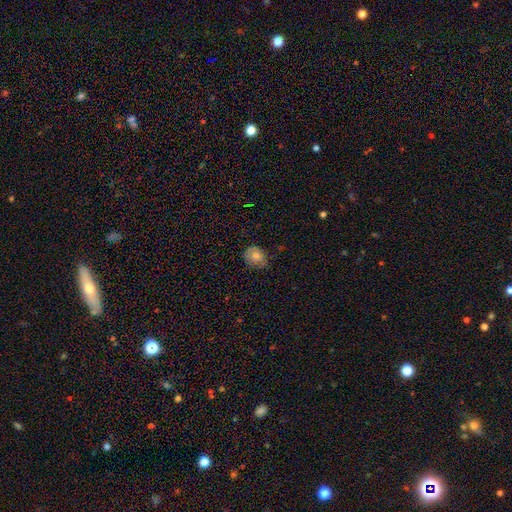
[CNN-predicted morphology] Smooth or featured? smooth (69%)
How rounded? round (69%)
Merging? none (72%)